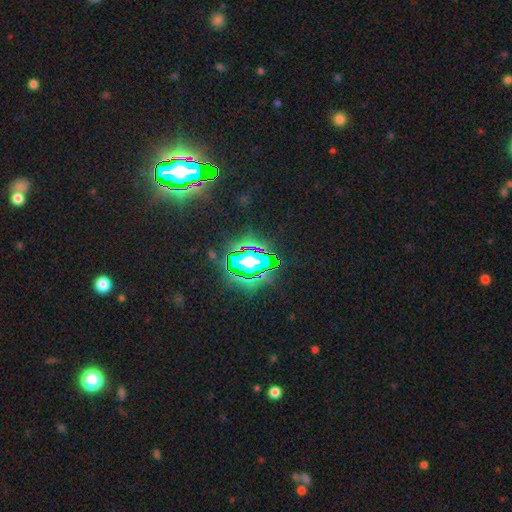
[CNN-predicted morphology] smooth-or-featured: star or artifact: 65% | smooth: 20% | featured or disk: 15%